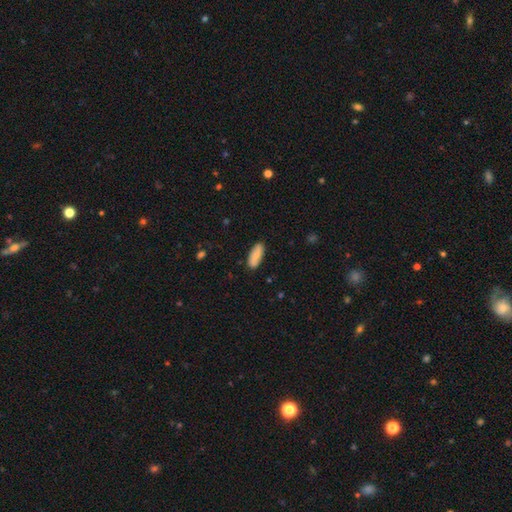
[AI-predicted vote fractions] Q: Smooth or featured?
A: smooth (83%); runner-up: featured or disk (11%)
Q: How rounded?
A: in between (67%); runner-up: cigar-shaped (32%)
Q: Merging?
A: none (86%); runner-up: minor disturbance (11%)